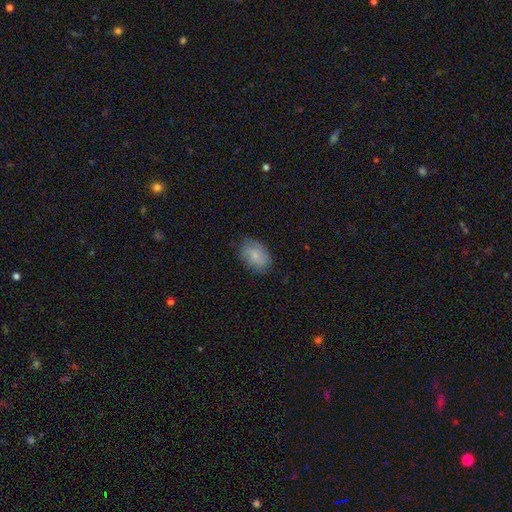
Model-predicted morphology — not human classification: Smooth or featured? smooth (72%)
How rounded? in between (82%)
Merging? none (73%)